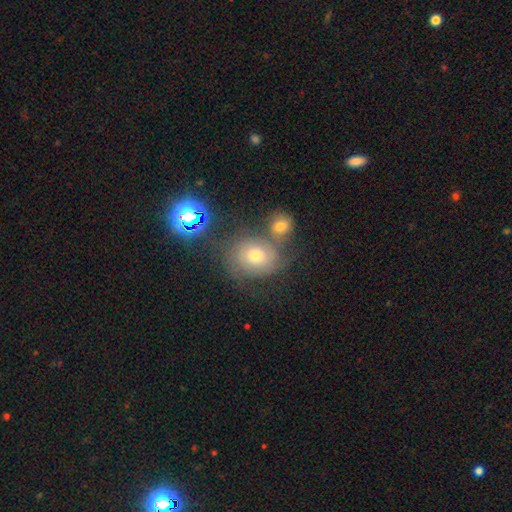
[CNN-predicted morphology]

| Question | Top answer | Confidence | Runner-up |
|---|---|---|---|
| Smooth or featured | smooth | 58% | featured or disk (23%) |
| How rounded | round | 64% | in between (35%) |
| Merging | none | 48% | merger (29%) |